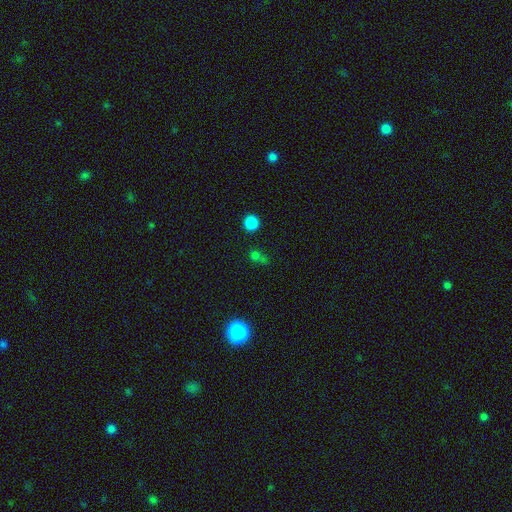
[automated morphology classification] type=smooth (64%); roundness=round (80%); merging=none (61%).